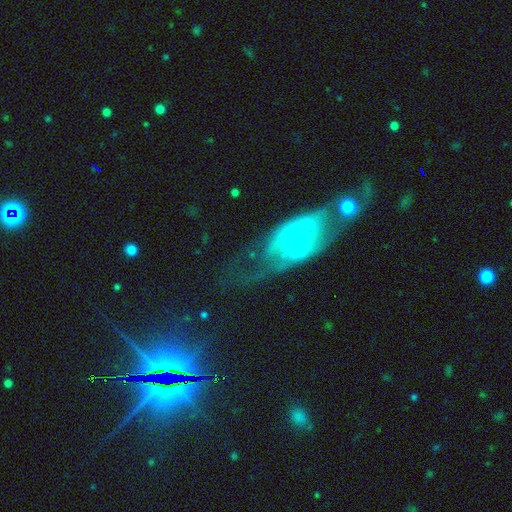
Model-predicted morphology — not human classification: Smooth or featured? featured or disk (56%)
Edge-on disk? no (79%)
Merging? none (50%)